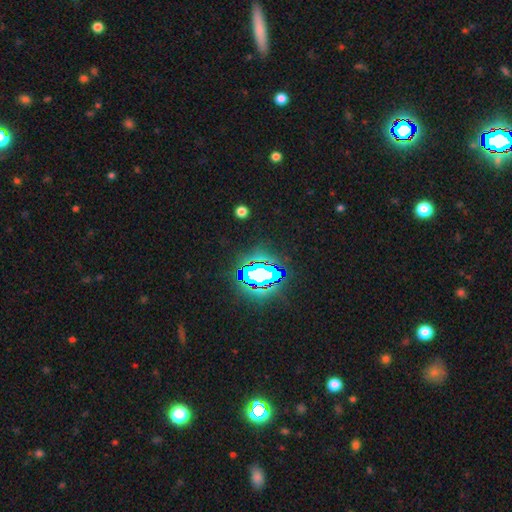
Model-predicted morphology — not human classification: The model was most divided on "smooth or featured": star or artifact: 82%, smooth: 11%, featured or disk: 7%.